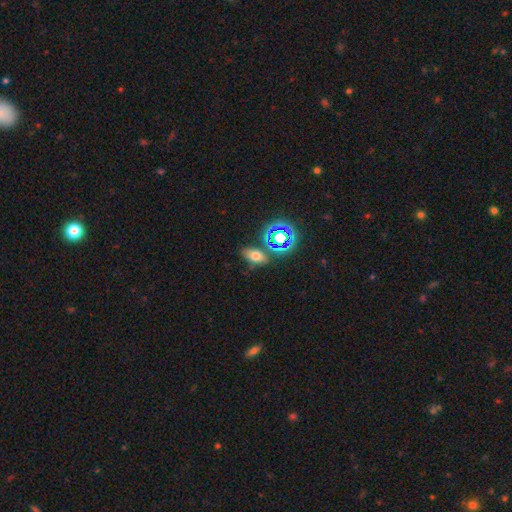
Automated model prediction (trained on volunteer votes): smooth-or-featured: smooth: 58% | star or artifact: 29% | featured or disk: 13%
  how-rounded: in between: 82% | round: 13% | cigar-shaped: 5%
  merging: none: 74% | minor disturbance: 13% | merger: 9% | major disturbance: 4%